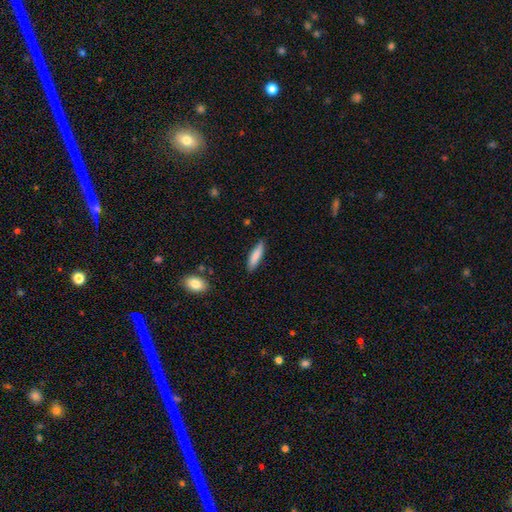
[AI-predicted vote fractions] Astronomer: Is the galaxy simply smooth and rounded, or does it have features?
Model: smooth — 83%.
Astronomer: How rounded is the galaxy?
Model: cigar-shaped — 71%.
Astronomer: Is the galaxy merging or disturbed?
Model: none — 84%.